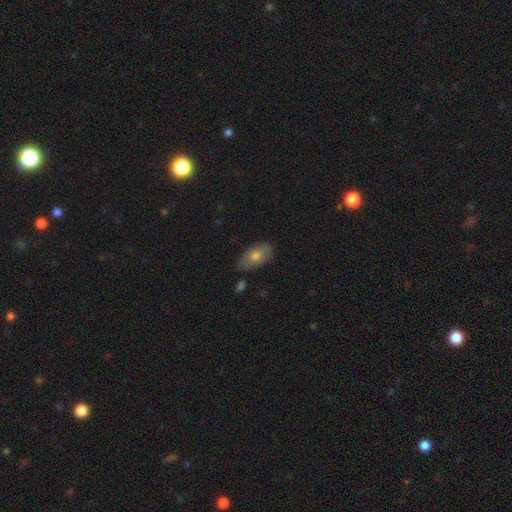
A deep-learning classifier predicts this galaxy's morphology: Smooth or featured? Predicted: smooth (p=0.64). How rounded? Predicted: in between (p=0.90). Merging? Predicted: none (p=0.76).